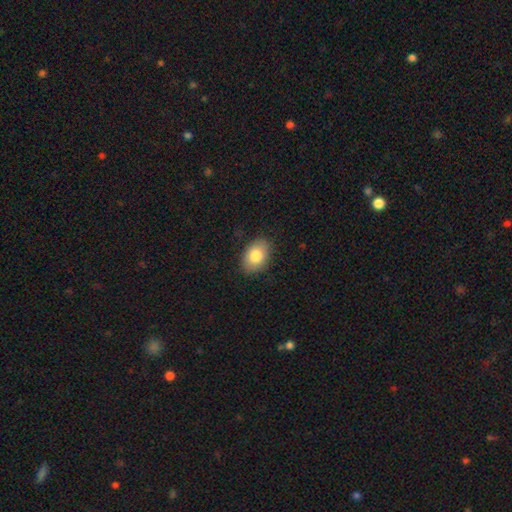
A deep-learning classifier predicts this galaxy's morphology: This appears to be a smooth galaxy with no disk features (82%) that is in between round and cigar-shaped (84%). Merging: none (86%).